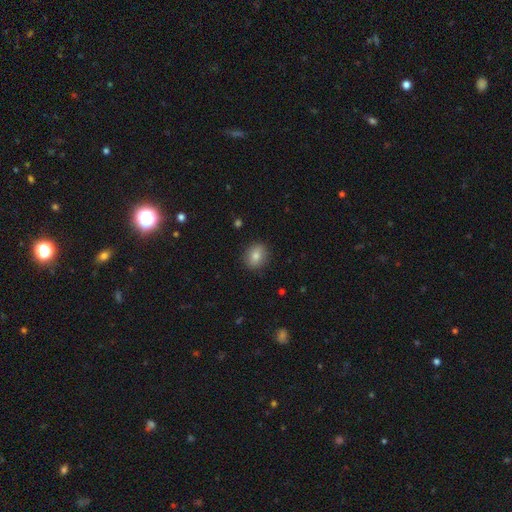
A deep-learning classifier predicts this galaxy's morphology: A smooth galaxy with no disk features (80%) that is round (59%).

Vote fractions:
- Smooth or featured? smooth: 80% / featured or disk: 11% / star or artifact: 9%
- How rounded? round: 59% / in between: 40% / cigar-shaped: 1%
- Merging? none: 88% / minor disturbance: 9% / major disturbance: 2% / merger: 1%